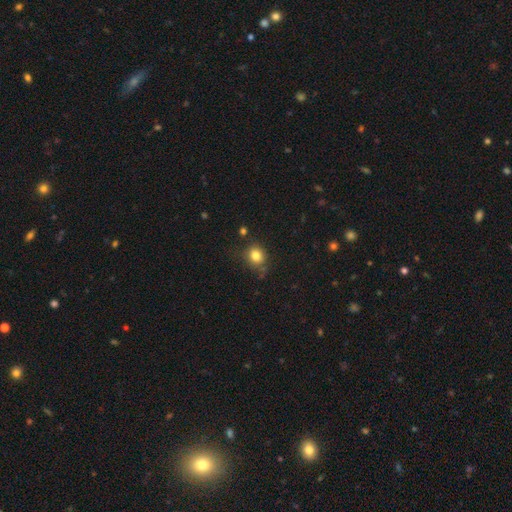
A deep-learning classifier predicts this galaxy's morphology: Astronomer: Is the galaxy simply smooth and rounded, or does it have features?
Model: smooth — 81%.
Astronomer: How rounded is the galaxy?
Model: round — 75%.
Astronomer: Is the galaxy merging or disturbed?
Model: none — 74%.